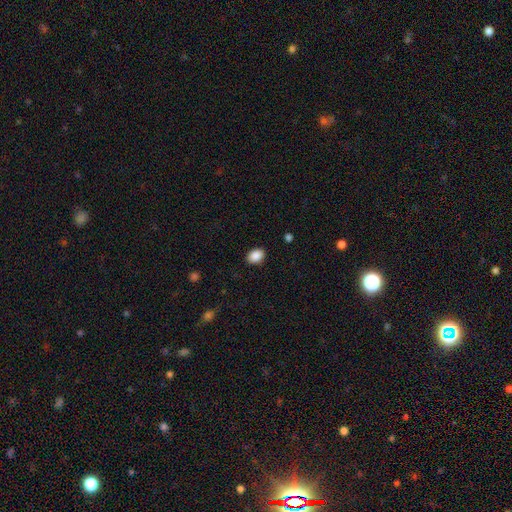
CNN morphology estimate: A smooth galaxy with no disk features (89%) that is in between round and cigar-shaped (75%). Merging: none (88%).